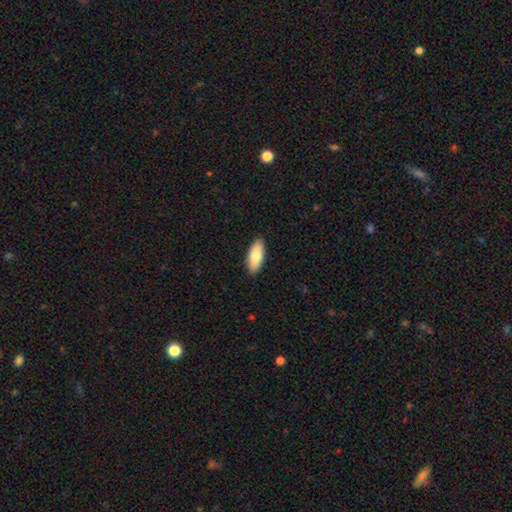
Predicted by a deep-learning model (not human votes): Smooth or featured? smooth (81%)
How rounded? in between (82%)
Merging? none (90%)